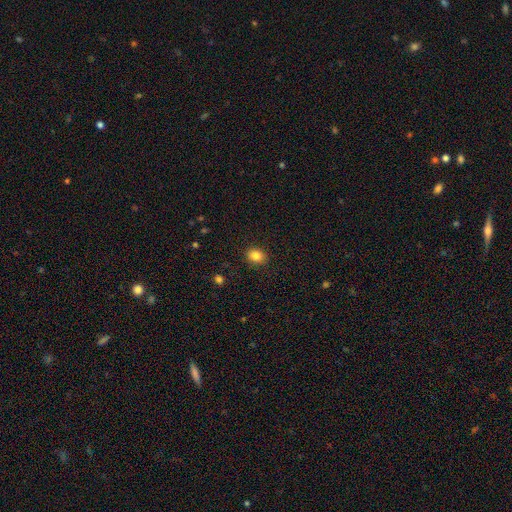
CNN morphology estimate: Smooth or featured: smooth — 85% (star or artifact — 10%)
How rounded: round — 53% (in between — 46%)
Merging: none — 88% (minor disturbance — 8%)